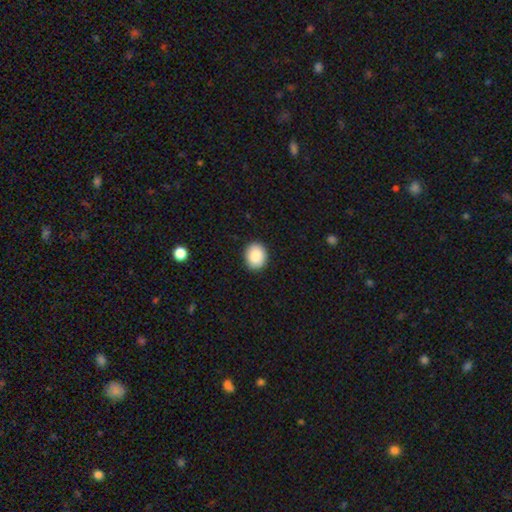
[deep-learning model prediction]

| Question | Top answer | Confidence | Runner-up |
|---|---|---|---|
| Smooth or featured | smooth | 88% | star or artifact (7%) |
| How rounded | round | 51% | in between (48%) |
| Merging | none | 90% | minor disturbance (7%) |